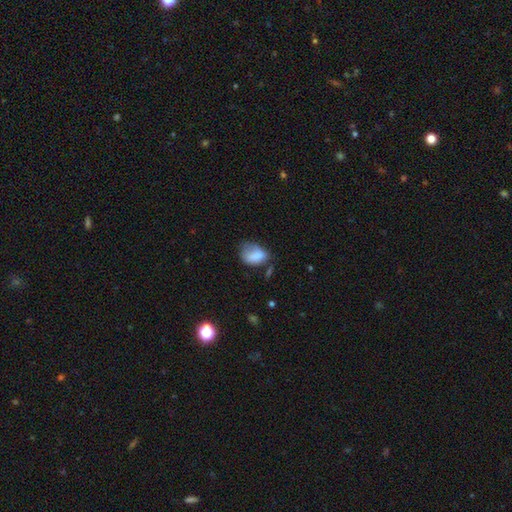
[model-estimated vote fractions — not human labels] smooth_or_featured: smooth (p=0.75) [alt: featured or disk p=0.15]
how_rounded: in between (p=0.78) [alt: round p=0.20]
merging: minor disturbance (p=0.35) [alt: none p=0.31]